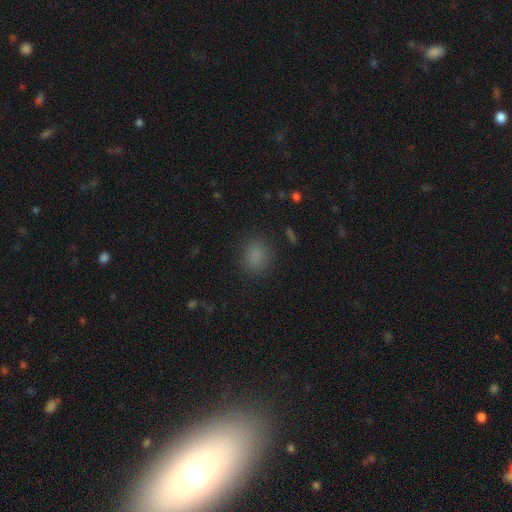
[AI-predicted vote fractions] The model was most divided on "how rounded": round: 60%, in between: 39%, cigar-shaped: 1%. More confident: merging — none (85%); smooth or featured — smooth (82%).